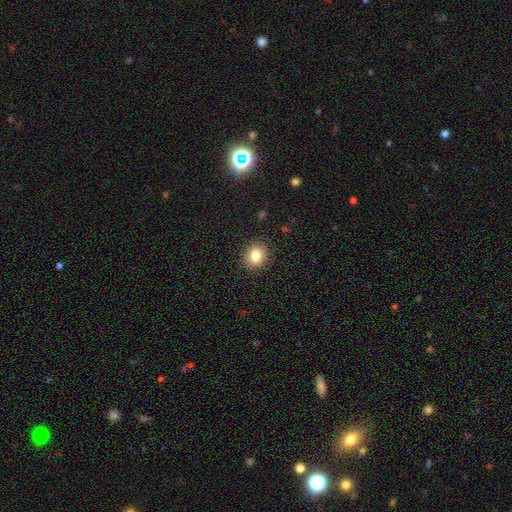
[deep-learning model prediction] smooth-or-featured: smooth: 82% | star or artifact: 11% | featured or disk: 8%
  how-rounded: round: 69% | in between: 30% | cigar-shaped: 1%
  merging: none: 90% | minor disturbance: 7% | major disturbance: 2% | merger: 1%